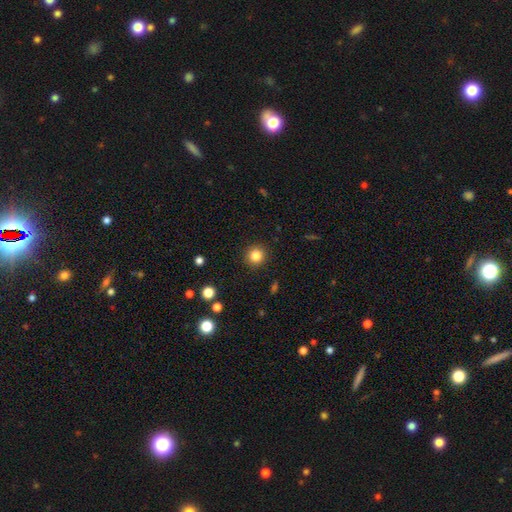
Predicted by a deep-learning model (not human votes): Morphology: type=smooth (83%); roundness=round (94%); merging=none (92%).